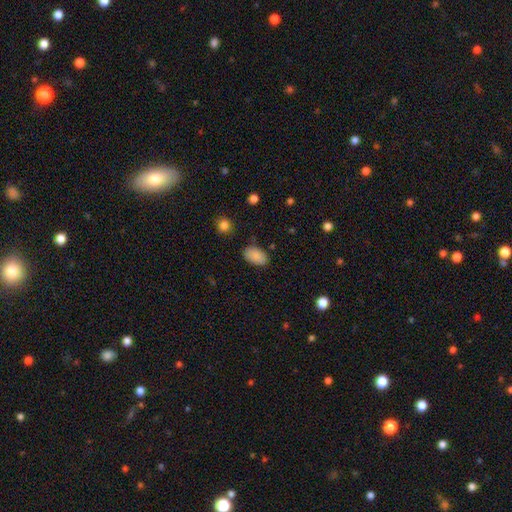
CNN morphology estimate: Overall: smooth (88%). How rounded: in between (93%). Merging: none (82%).